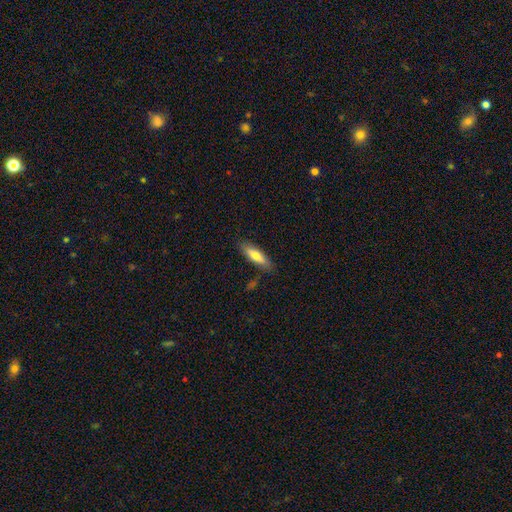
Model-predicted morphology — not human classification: Smooth or featured? smooth (71%)
How rounded? cigar-shaped (53%)
Merging? none (79%)